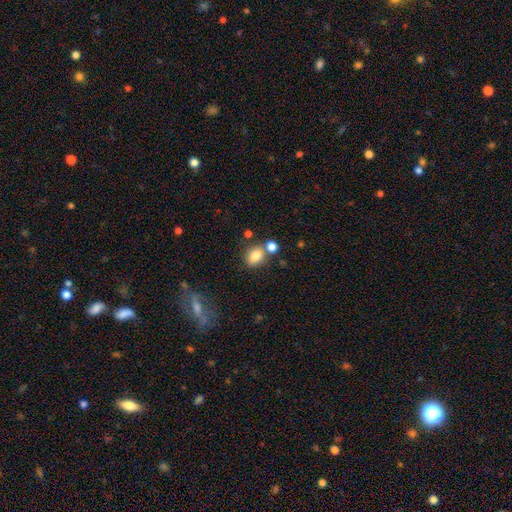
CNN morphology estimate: The model was most divided on "how rounded": in between: 65%, round: 33%, cigar-shaped: 1%. More confident: smooth or featured — smooth (82%); merging — none (60%).